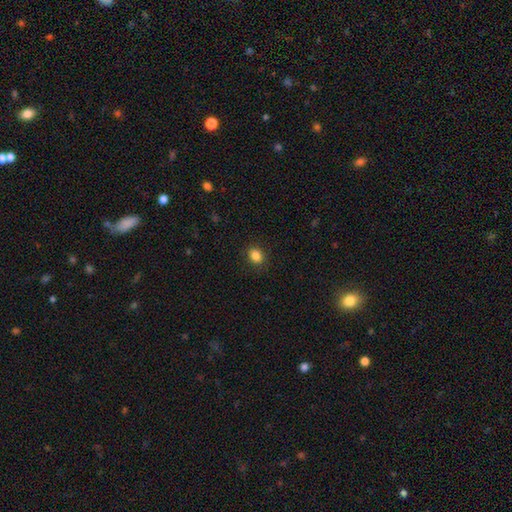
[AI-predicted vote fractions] Smooth or featured?
  - smooth: 85% *
  - star or artifact: 10%
  - featured or disk: 4%
How rounded?
  - in between: 53% *
  - round: 46%
  - cigar-shaped: 1%
Merging?
  - none: 88% *
  - minor disturbance: 9%
  - major disturbance: 2%
  - merger: 1%